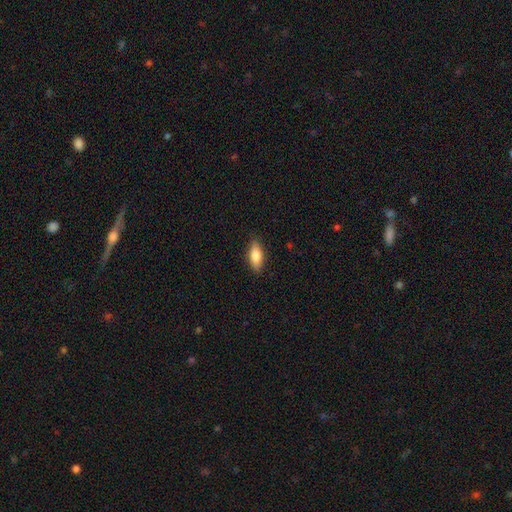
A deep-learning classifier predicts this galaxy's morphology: type=smooth (78%); roundness=in between (75%); merging=none (87%).